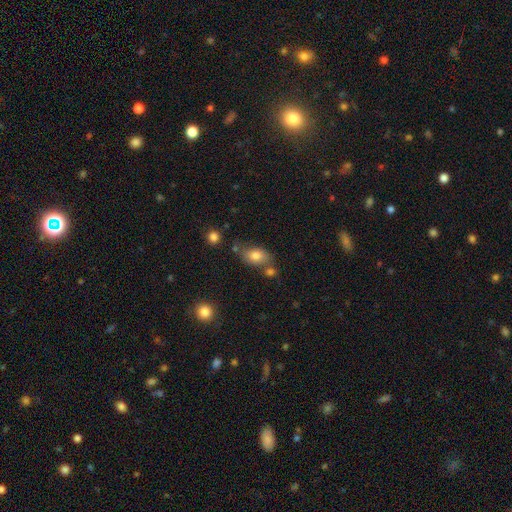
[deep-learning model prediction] This appears to be a smooth galaxy with no disk features (79%) that is in between round and cigar-shaped (83%). Merging: none (62%).